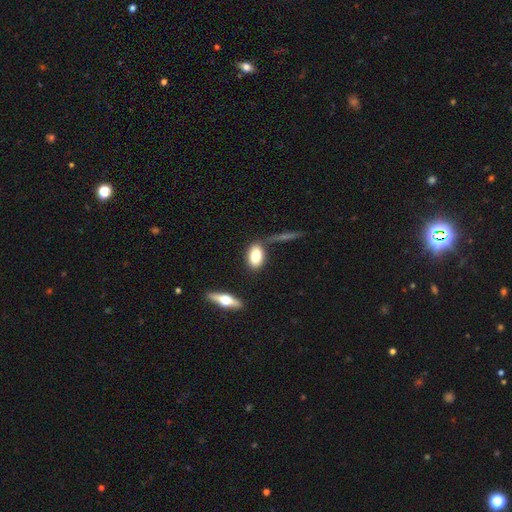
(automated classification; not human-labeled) This is likely a smooth galaxy (78%). How rounded: clearly in between (87%). Merging: likely none (70%).